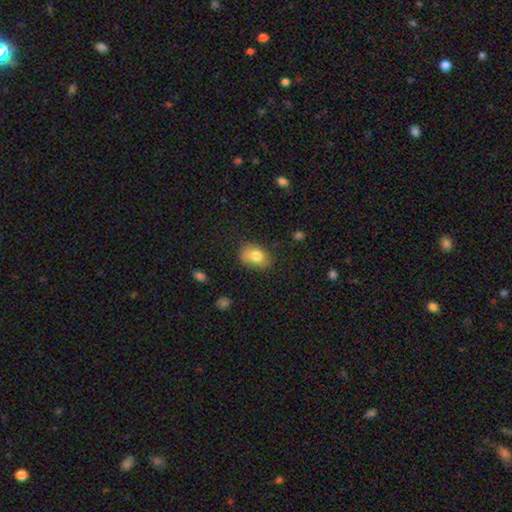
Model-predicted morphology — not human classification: smooth-or-featured: smooth: 79% | featured or disk: 13% | star or artifact: 8%
  how-rounded: in between: 77% | round: 21% | cigar-shaped: 1%
  merging: none: 74% | minor disturbance: 20% | major disturbance: 5% | merger: 2%